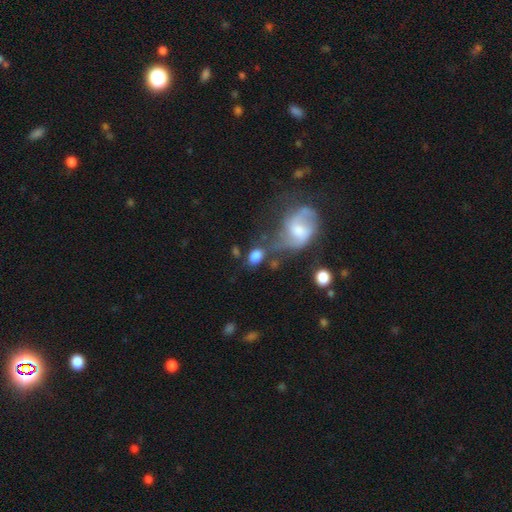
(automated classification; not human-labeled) Smooth or featured: smooth — 73% (featured or disk — 17%)
How rounded: in between — 76% (round — 21%)
Merging: none — 46% (merger — 23%)